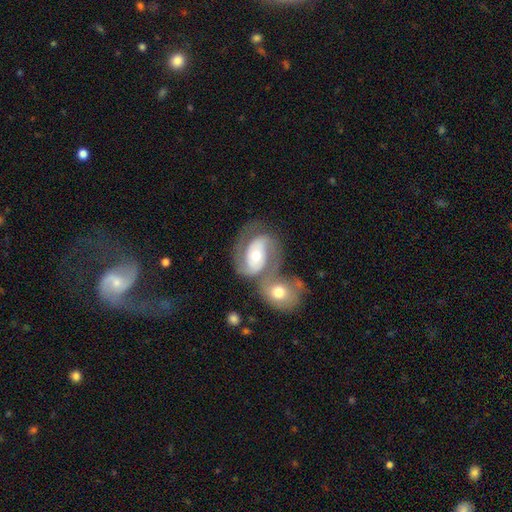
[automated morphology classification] Smooth or featured? featured or disk (78%)
Edge-on disk? no (97%)
Bar? no (53%)
Spiral arms? yes (91%)
Spiral winding? medium (50%)
Spiral arm count? 2 (85%)
Bulge size? moderate (68%)
Merging? merger (54%)